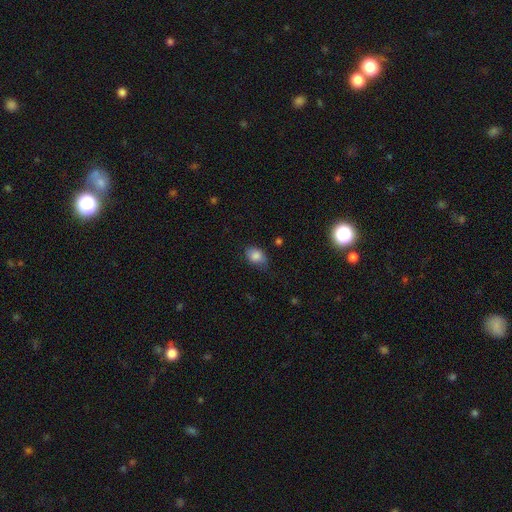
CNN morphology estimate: Overall: smooth (84%). How rounded: in between (77%). Merging: none (63%; minor disturbance 29%).